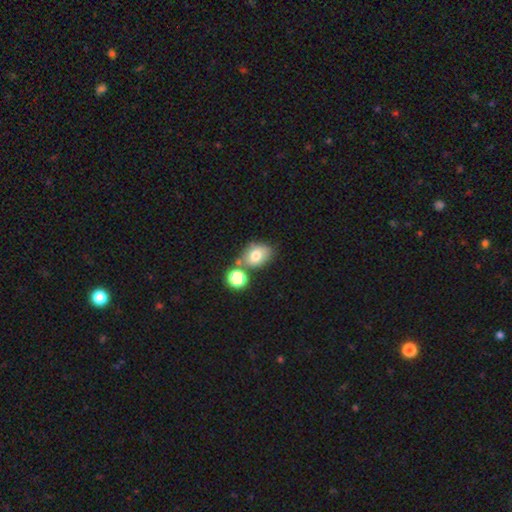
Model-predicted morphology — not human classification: Overall: smooth (73%). How rounded: in between (66%; round 33%). Merging: none (56%; merger 22%).